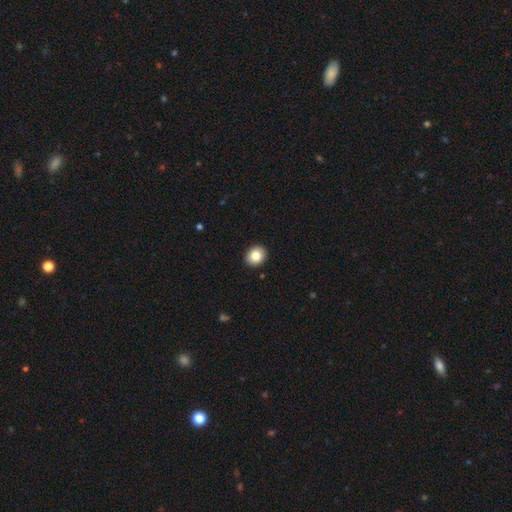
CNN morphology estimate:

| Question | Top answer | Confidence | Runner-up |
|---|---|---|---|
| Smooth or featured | smooth | 85% | star or artifact (8%) |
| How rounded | round | 65% | in between (34%) |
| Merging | none | 92% | minor disturbance (6%) |